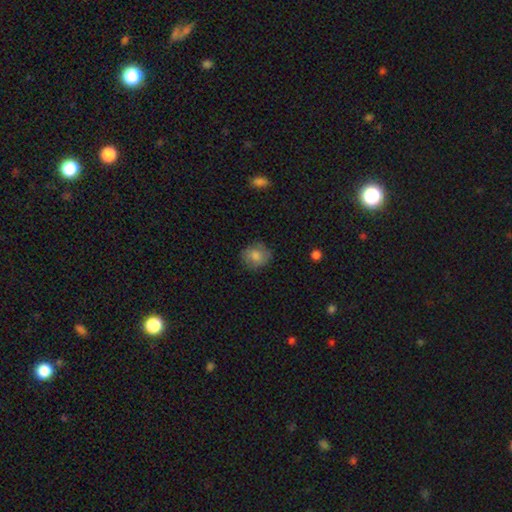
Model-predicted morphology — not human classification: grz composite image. It shows a smooth galaxy with no disk features (80%) that is round (72%). Merging: none (79%).